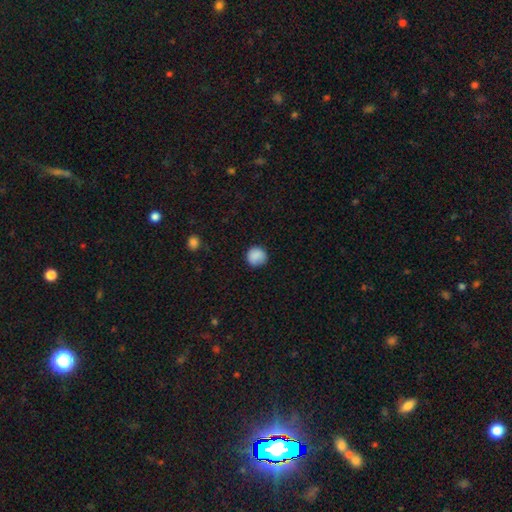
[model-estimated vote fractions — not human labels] Smooth or featured: smooth — 88% (star or artifact — 8%)
How rounded: round — 91% (in between — 8%)
Merging: none — 82% (minor disturbance — 13%)